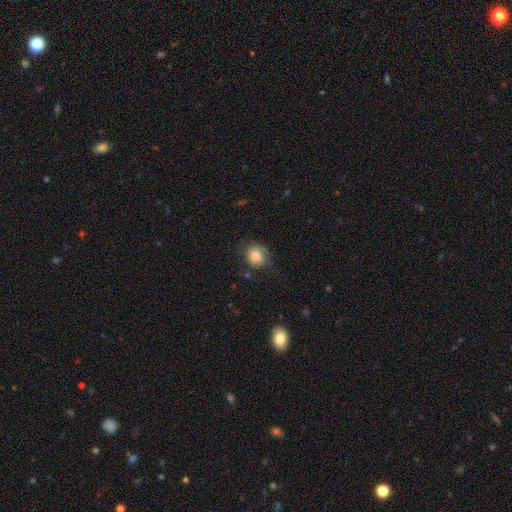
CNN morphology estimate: type=smooth (82%); roundness=round (71%); merging=none (67%).